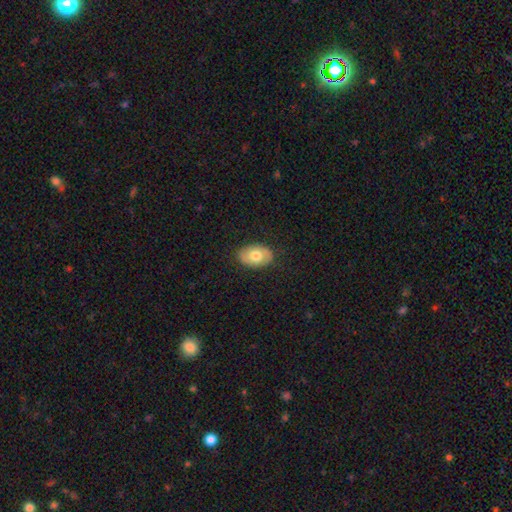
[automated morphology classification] smooth_or_featured: smooth (p=0.68) [alt: featured or disk p=0.25]
how_rounded: in between (p=0.88) [alt: round p=0.11]
merging: none (p=0.85) [alt: minor disturbance p=0.11]